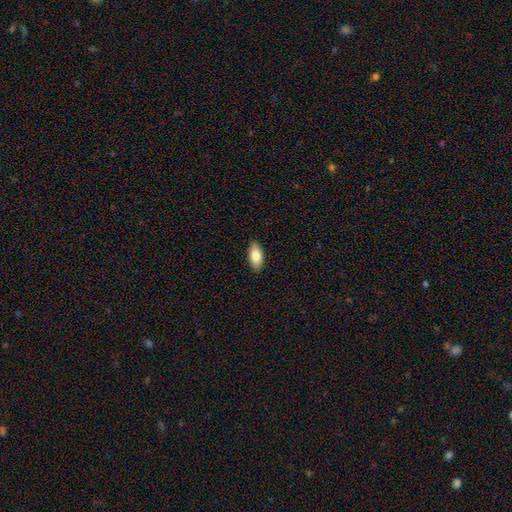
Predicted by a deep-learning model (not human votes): Q: Smooth or featured?
A: smooth (81%); runner-up: featured or disk (13%)
Q: How rounded?
A: in between (89%); runner-up: cigar-shaped (9%)
Q: Merging?
A: none (89%); runner-up: minor disturbance (8%)